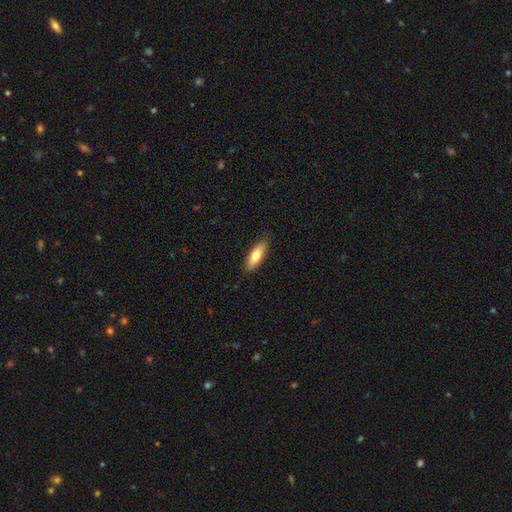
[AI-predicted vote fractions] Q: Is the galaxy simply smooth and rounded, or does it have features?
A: smooth — 75%.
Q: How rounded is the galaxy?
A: in between — 57%.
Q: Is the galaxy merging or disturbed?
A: none — 87%.